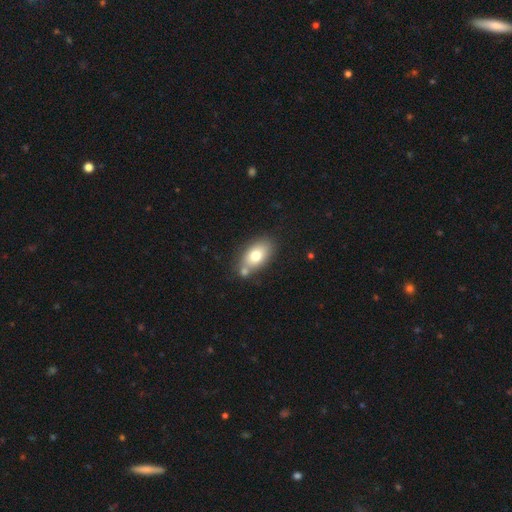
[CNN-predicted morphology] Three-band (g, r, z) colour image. It shows a smooth galaxy with no disk features (74%) that is in between round and cigar-shaped (89%). Merging: none (59%).